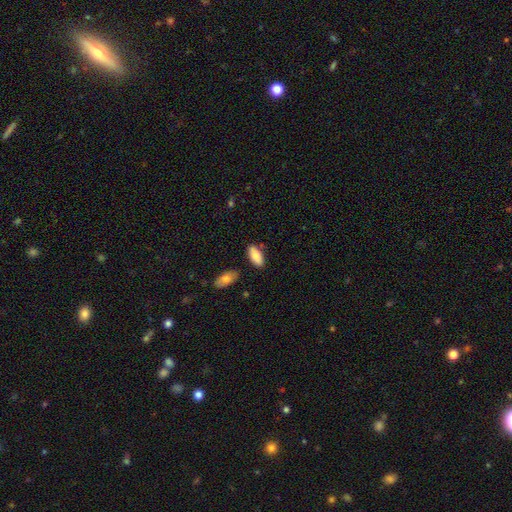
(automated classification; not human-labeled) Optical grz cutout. It shows a smooth galaxy with no disk features (83%) that is in between round and cigar-shaped (86%). Merging: none (80%).